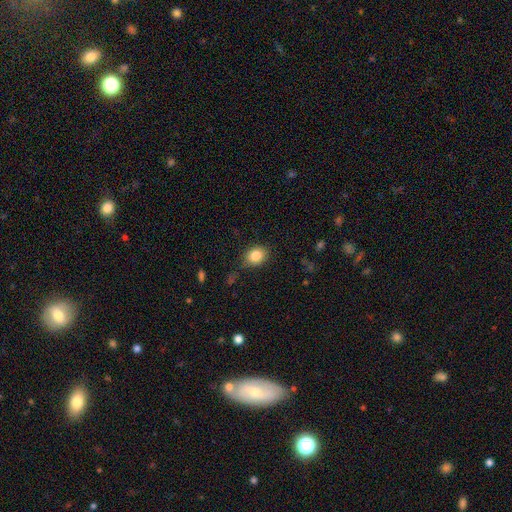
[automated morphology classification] smooth_or_featured: smooth (p=0.84) [alt: star or artifact p=0.09]
how_rounded: in between (p=0.50) [alt: round p=0.49]
merging: none (p=0.77) [alt: minor disturbance p=0.17]